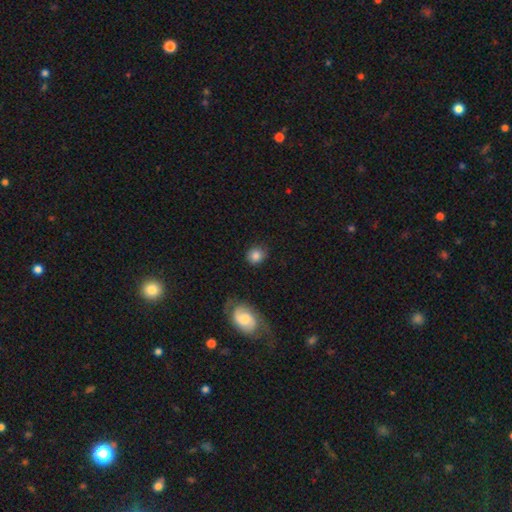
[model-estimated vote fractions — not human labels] Smooth or featured?
  - smooth: 82% *
  - featured or disk: 9%
  - star or artifact: 9%
How rounded?
  - round: 76% *
  - in between: 23%
  - cigar-shaped: 1%
Merging?
  - none: 77% *
  - minor disturbance: 16%
  - major disturbance: 4%
  - merger: 3%